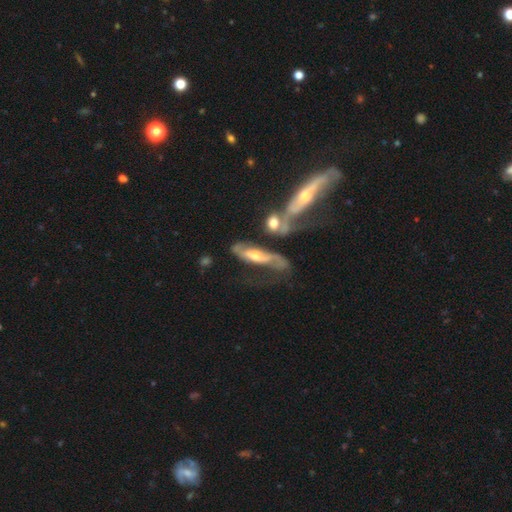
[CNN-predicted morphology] This is likely a featured or disk galaxy (70%). It is likely not viewed edge-on (68%). Merging: marginally merger (40%).